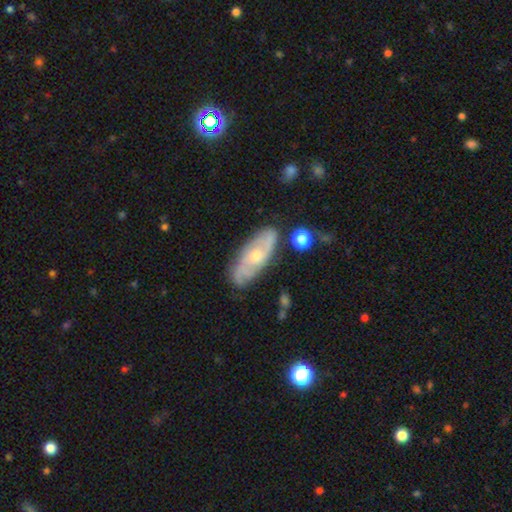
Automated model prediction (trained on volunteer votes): This appears to be a featured or disk galaxy (71%) with no bar (70%), 2 (50%) medium (41%, tied with tight) spiral arms (89%) and a small central bulge (52%). Merging: none (76%).